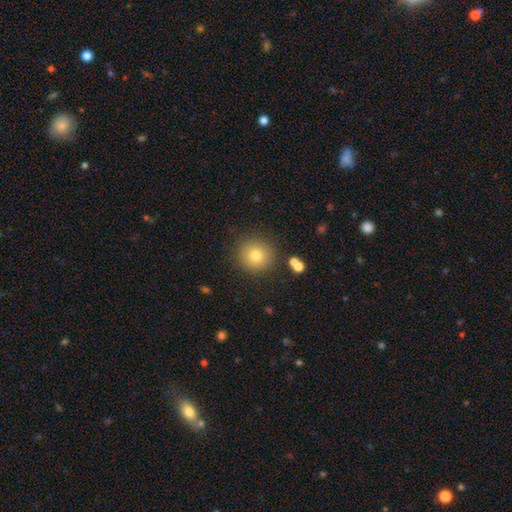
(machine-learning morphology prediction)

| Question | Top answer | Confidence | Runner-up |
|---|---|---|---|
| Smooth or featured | smooth | 77% | star or artifact (13%) |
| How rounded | round | 93% | in between (6%) |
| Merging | none | 86% | minor disturbance (8%) |